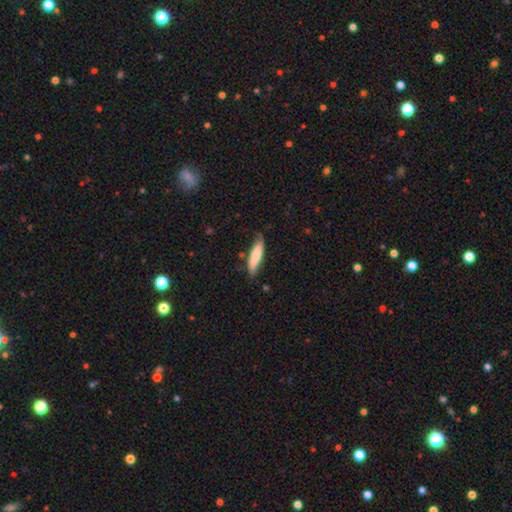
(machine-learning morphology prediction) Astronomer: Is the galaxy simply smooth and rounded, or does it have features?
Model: smooth — 78%.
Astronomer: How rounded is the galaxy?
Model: cigar-shaped — 70%.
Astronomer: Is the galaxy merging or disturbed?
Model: none — 74%.